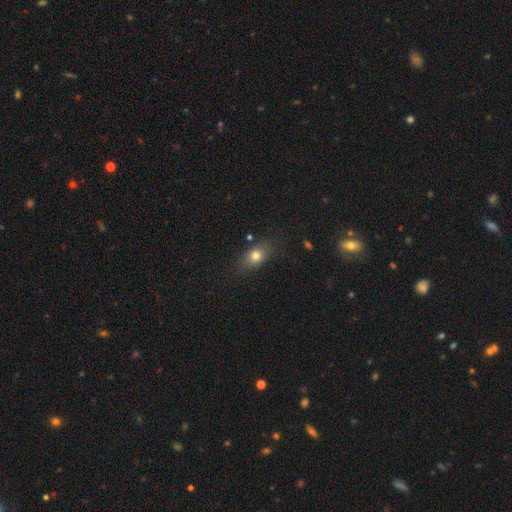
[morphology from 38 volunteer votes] smooth-or-featured: smooth: 79% | featured or disk: 18% | star or artifact: 3%
  how-rounded: round: 47% | in between: 40% | cigar-shaped: 13%
  merging: none: 73% | minor disturbance: 19% | major disturbance: 8% | merger: 0%